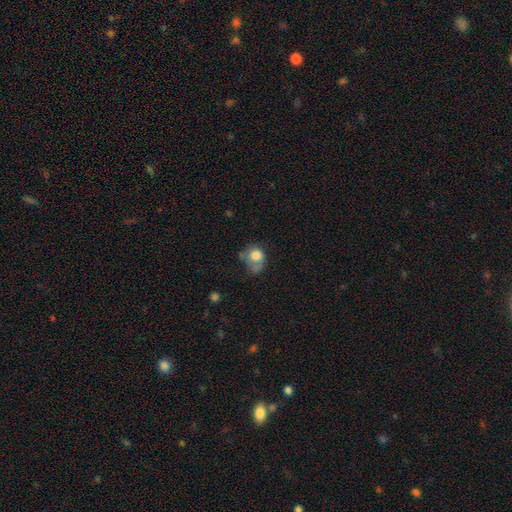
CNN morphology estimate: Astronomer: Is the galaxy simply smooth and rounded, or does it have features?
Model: smooth — 74%.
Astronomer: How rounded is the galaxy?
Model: round — 63%.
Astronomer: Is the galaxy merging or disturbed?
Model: none — 31% (runner-up: minor disturbance, 28%).